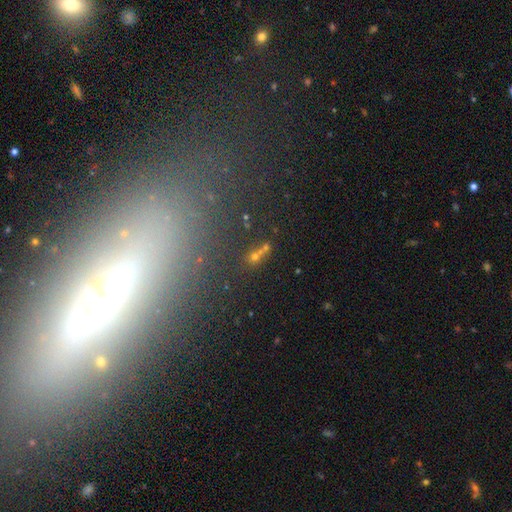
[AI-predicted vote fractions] Smooth or featured?
  - smooth: 42% *
  - star or artifact: 37%
  - featured or disk: 21%
Merging?
  - none: 65% *
  - minor disturbance: 14%
  - merger: 12%
  - major disturbance: 9%